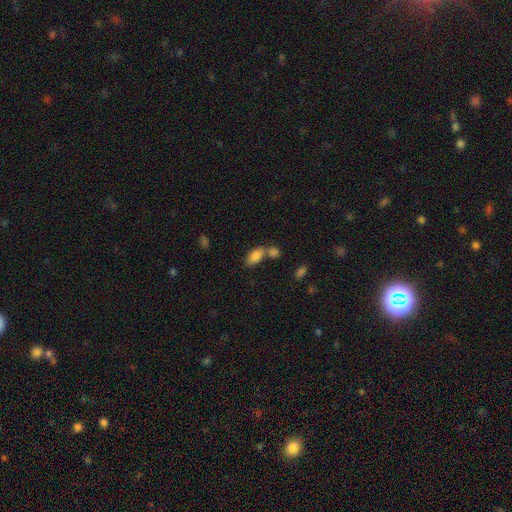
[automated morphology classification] smooth 85%, star or artifact 8%, featured or disk 7%. Down the decision tree: how rounded — in between (91%); merging — merger (43%).